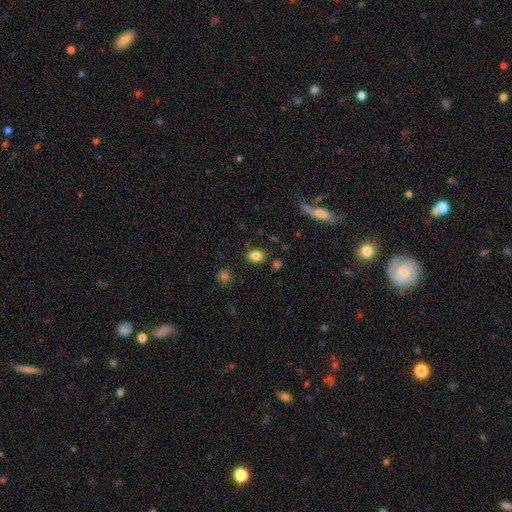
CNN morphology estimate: This is clearly a smooth galaxy (83%). How rounded: likely in between (67%). Merging: clearly none (83%).